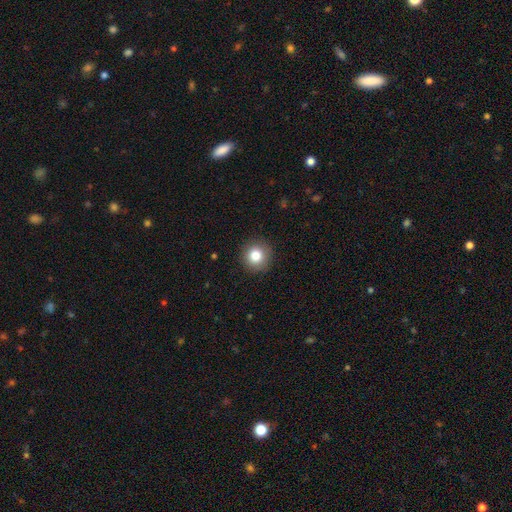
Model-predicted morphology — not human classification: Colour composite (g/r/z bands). It shows a smooth galaxy with no disk features (82%) that is round (95%). Merging: none (91%).